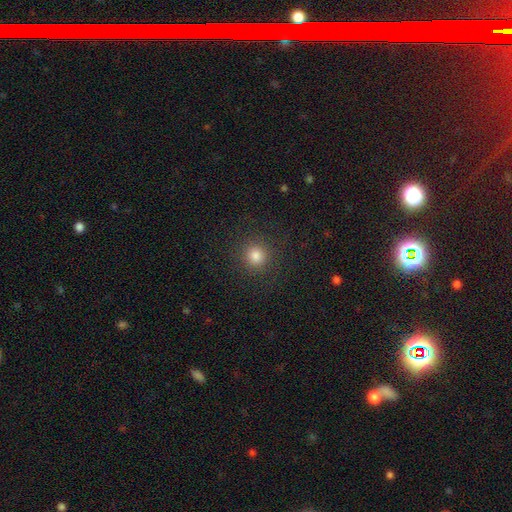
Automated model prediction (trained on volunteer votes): Smooth or featured? Predicted: smooth (p=0.82). How rounded? Predicted: round (p=0.93). Merging? Predicted: none (p=0.89).